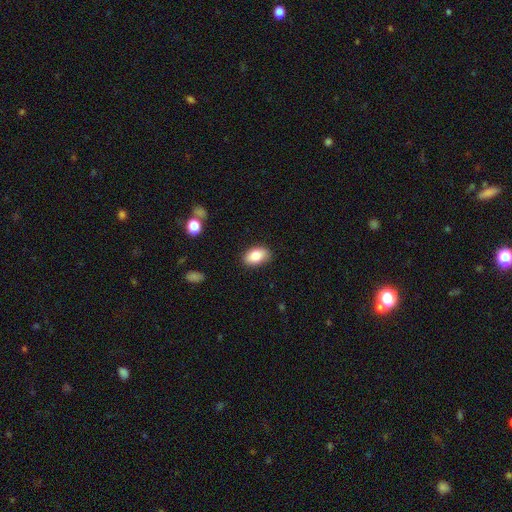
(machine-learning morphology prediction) Smooth or featured? smooth (84%)
How rounded? in between (90%)
Merging? none (85%)